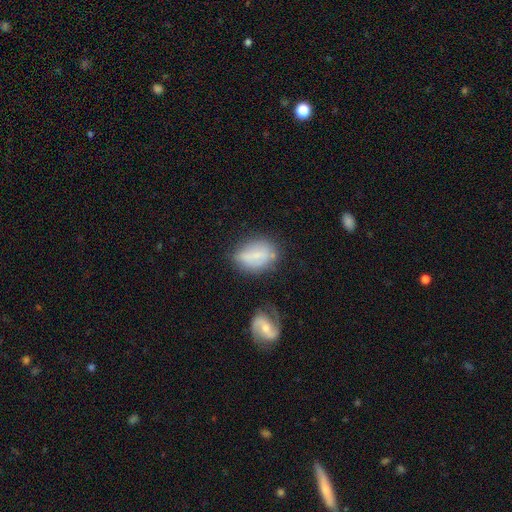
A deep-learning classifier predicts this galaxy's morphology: This is possibly a smooth galaxy (59%). How rounded: clearly in between (81%). Merging: possibly none (54%).